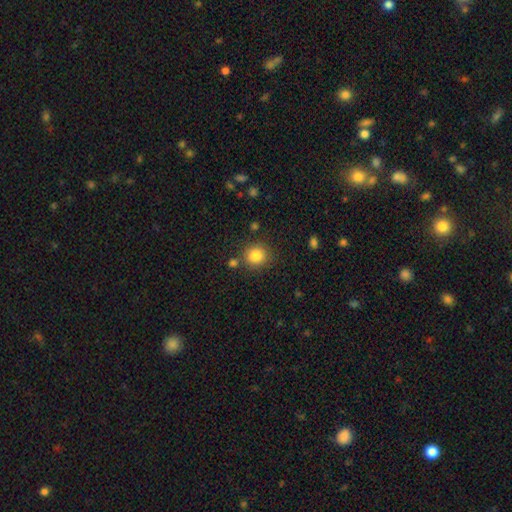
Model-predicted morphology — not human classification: Smooth or featured: smooth — 84% (star or artifact — 11%)
How rounded: round — 88% (in between — 12%)
Merging: none — 82% (minor disturbance — 9%)